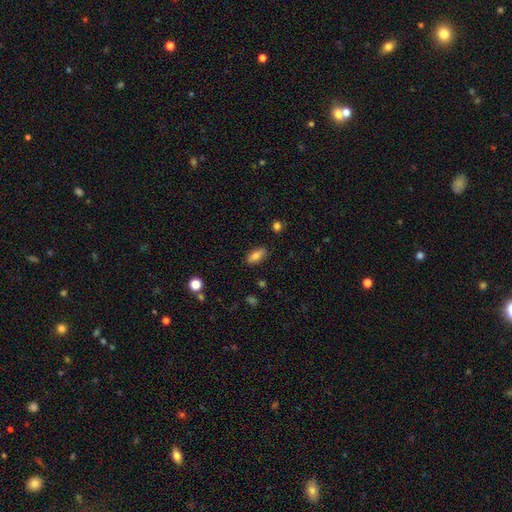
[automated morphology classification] The model was most divided on "how rounded": in between: 82%, cigar-shaped: 15%, round: 3%. More confident: merging — none (86%); smooth or featured — smooth (81%).